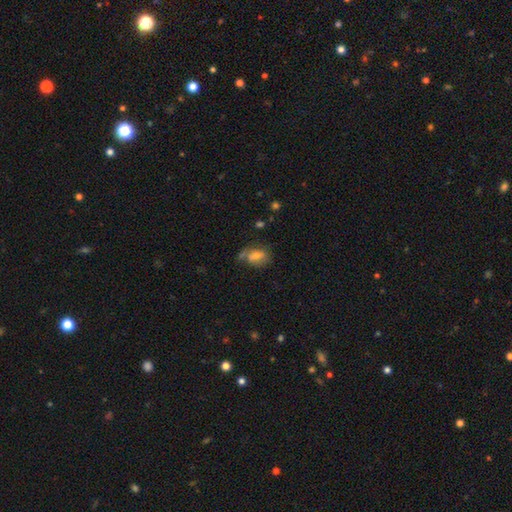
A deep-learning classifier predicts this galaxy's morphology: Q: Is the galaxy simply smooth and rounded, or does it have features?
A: smooth — 54%.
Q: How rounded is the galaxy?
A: in between — 81%.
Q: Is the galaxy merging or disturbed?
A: none — 51%.